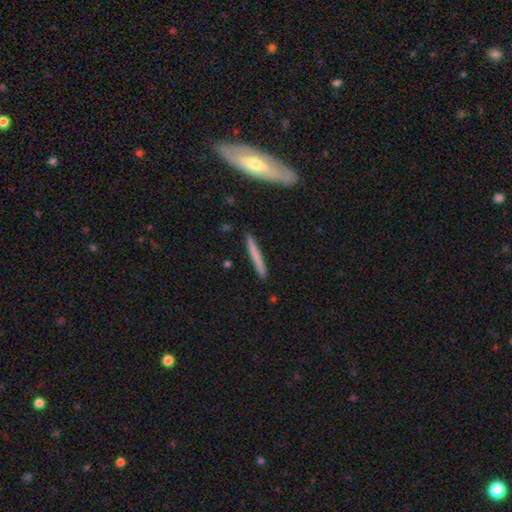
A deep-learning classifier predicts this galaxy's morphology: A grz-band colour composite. It shows a smooth galaxy with no disk features (64%) that is cigar-shaped (96%). Merging: none (88%).